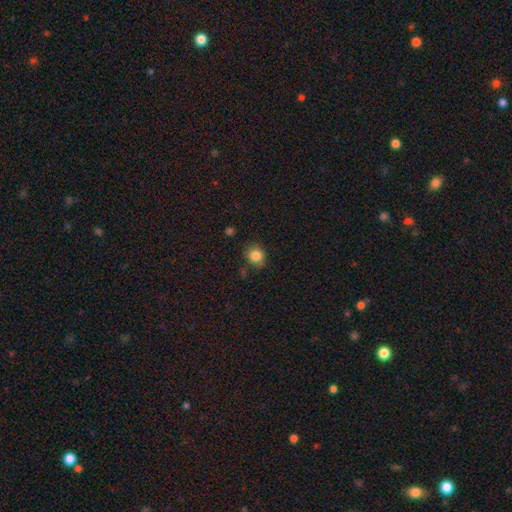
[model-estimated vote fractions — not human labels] Smooth or featured?
  - smooth: 84% *
  - star or artifact: 10%
  - featured or disk: 6%
How rounded?
  - round: 77% *
  - in between: 22%
  - cigar-shaped: 1%
Merging?
  - none: 76% *
  - minor disturbance: 17%
  - major disturbance: 4%
  - merger: 3%